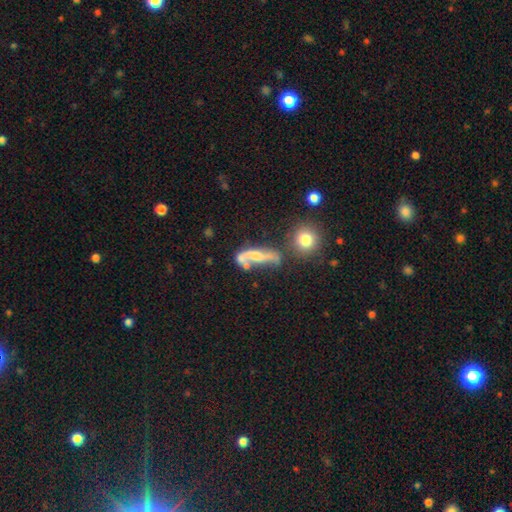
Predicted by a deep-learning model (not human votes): The model was most divided on "merging": none: 33%, merger: 28%, major disturbance: 22%, minor disturbance: 18%. More confident: edge-on disk — no (78%); smooth or featured — featured or disk (63%).